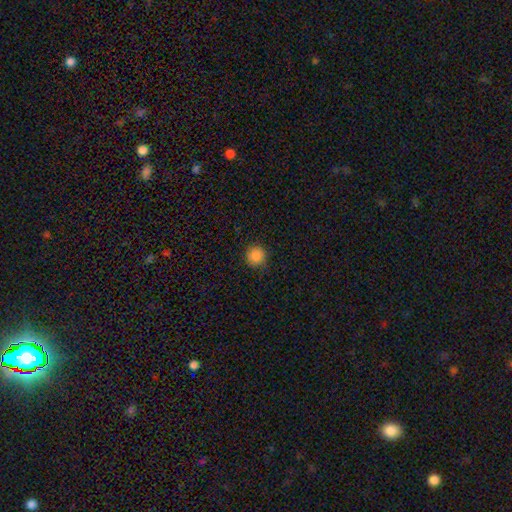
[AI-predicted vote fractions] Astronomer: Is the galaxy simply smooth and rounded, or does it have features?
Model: smooth — 87%.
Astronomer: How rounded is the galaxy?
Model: round — 94%.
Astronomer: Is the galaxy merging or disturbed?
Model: none — 89%.